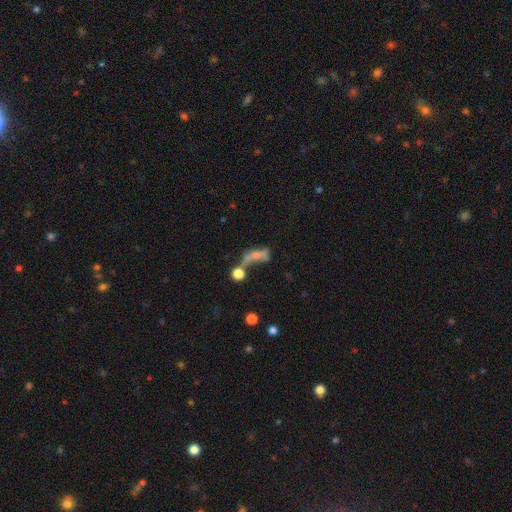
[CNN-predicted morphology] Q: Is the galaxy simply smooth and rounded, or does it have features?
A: smooth — 49%.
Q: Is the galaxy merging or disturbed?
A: merger — 37%.